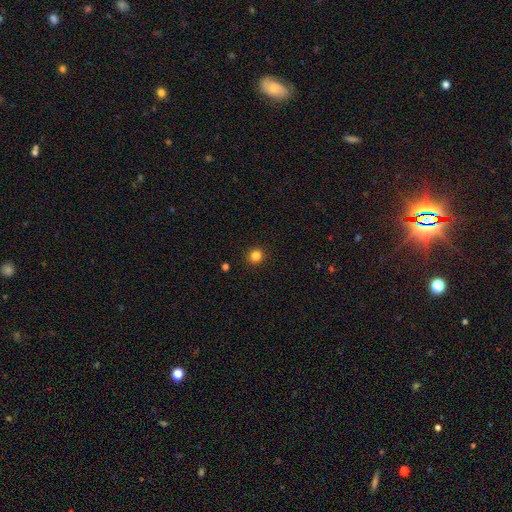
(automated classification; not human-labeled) A smooth galaxy with no disk features (83%) that is round (92%). Merging: none (92%).